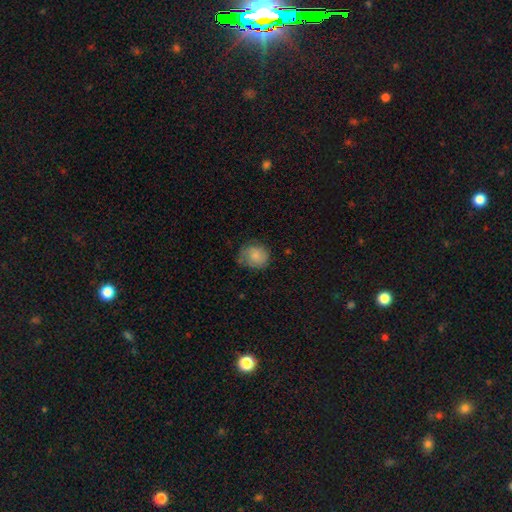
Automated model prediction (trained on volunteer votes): Smooth or featured? smooth (77%)
How rounded? round (77%)
Merging? none (63%)